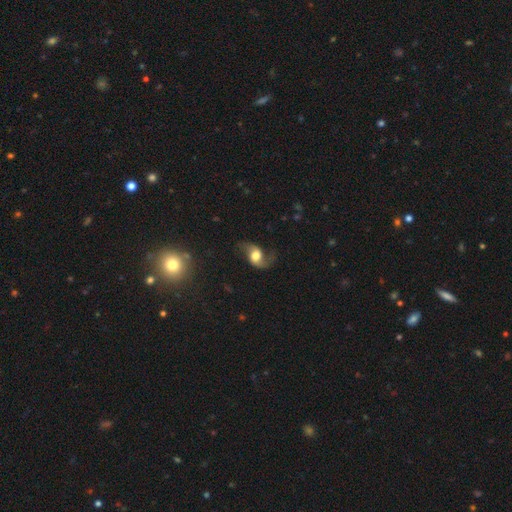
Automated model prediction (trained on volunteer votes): Smooth or featured: featured or disk — 73% (smooth — 20%)
Edge-on disk: no — 96% (yes — 4%)
Bar: no — 55% (weak — 33%)
Spiral arms: yes — 92% (no — 8%)
Spiral winding: loose — 75% (medium — 21%)
Spiral arm count: 2 — 91% (1 — 4%)
Bulge size: large — 44% (moderate — 39%)
Merging: none — 63% (minor disturbance — 19%)